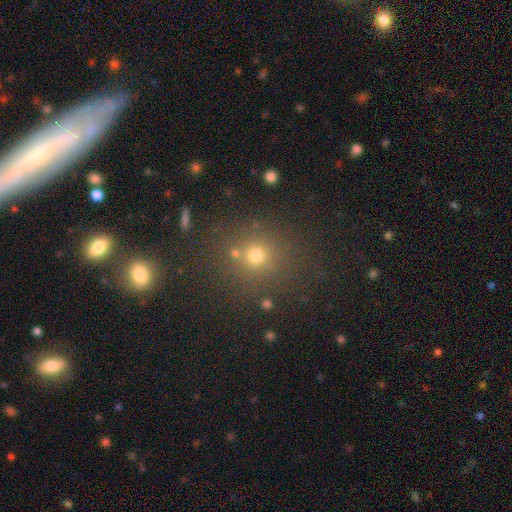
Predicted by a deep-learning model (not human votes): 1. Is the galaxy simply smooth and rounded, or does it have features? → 63% smooth, 29% star or artifact, 8% featured or disk.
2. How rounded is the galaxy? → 90% round, 9% in between, 1% cigar-shaped.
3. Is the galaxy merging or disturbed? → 77% none, 11% merger, 8% minor disturbance, 4% major disturbance.